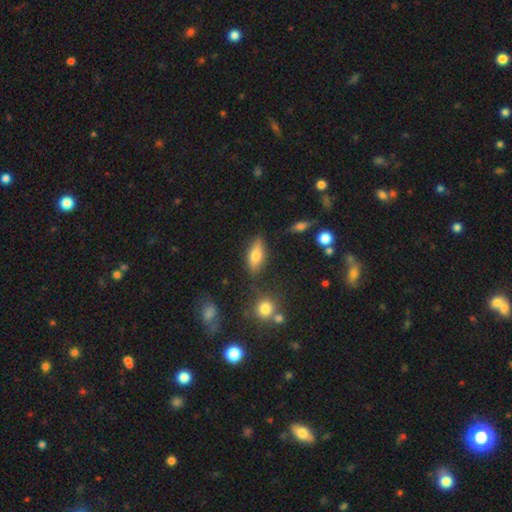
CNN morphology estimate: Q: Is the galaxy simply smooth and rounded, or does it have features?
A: smooth — 58%.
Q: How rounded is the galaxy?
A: in between — 67%.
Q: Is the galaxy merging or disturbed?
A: none — 79%.